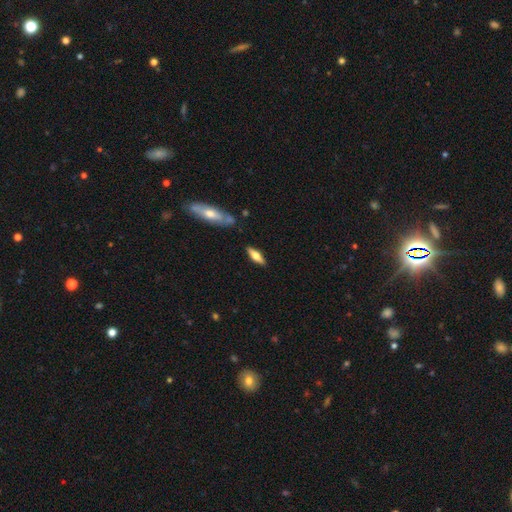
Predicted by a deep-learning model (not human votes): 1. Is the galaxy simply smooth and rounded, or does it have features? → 53% smooth, 41% featured or disk, 6% star or artifact.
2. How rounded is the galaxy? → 49% in between (tied), 49% cigar-shaped (tied), 2% round.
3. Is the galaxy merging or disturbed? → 84% none, 10% minor disturbance, 4% merger, 2% major disturbance.